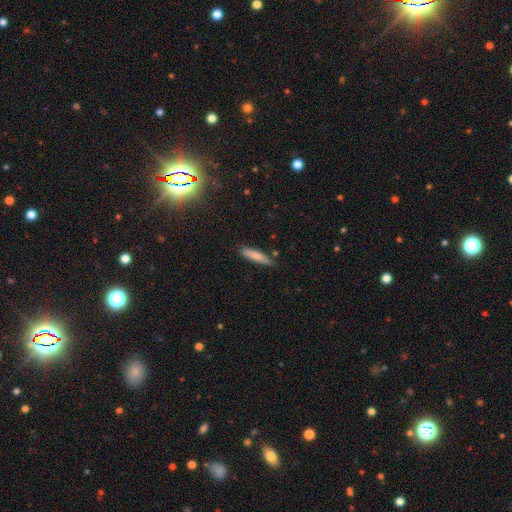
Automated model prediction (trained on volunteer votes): A smooth galaxy with no disk features (75%) that is cigar-shaped (84%). Merging: none (83%).